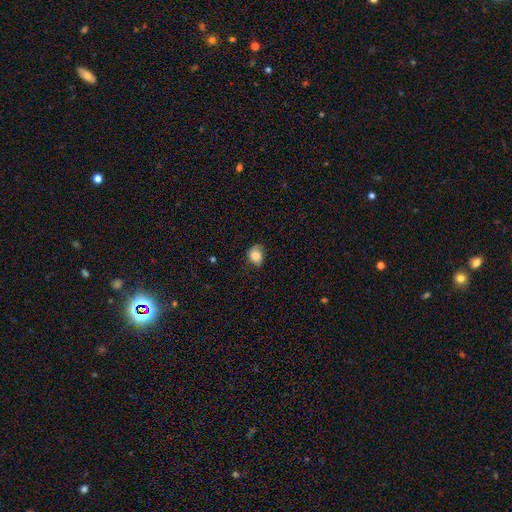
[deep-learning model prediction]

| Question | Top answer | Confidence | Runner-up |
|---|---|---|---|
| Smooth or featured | smooth | 79% | featured or disk (12%) |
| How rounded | round | 54% | in between (45%) |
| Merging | none | 57% | minor disturbance (32%) |